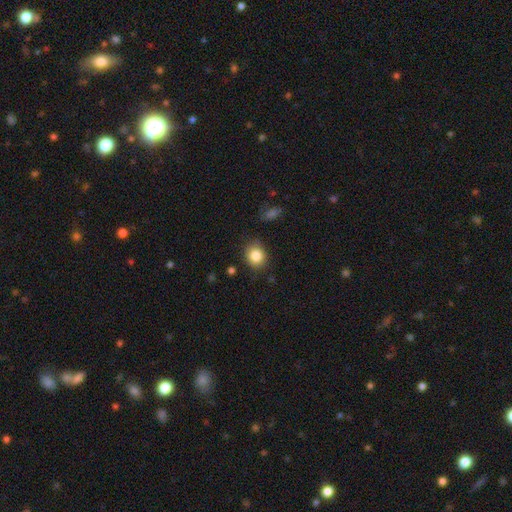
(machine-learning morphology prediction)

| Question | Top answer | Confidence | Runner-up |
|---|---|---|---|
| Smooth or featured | smooth | 84% | star or artifact (10%) |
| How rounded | round | 74% | in between (25%) |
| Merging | none | 81% | minor disturbance (13%) |